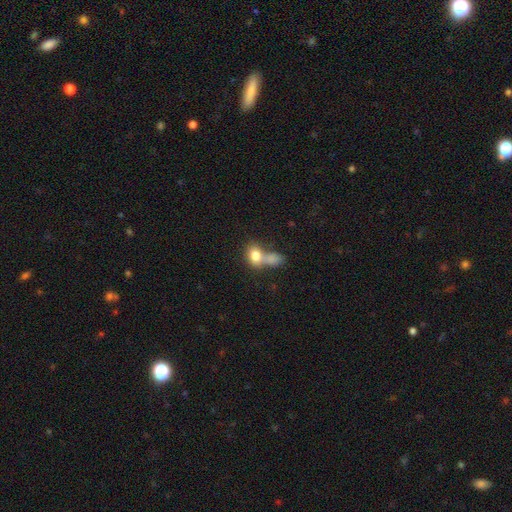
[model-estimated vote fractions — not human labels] A smooth galaxy with no disk features (78%) that is in between round and cigar-shaped (65%). Merging: merger (60%).